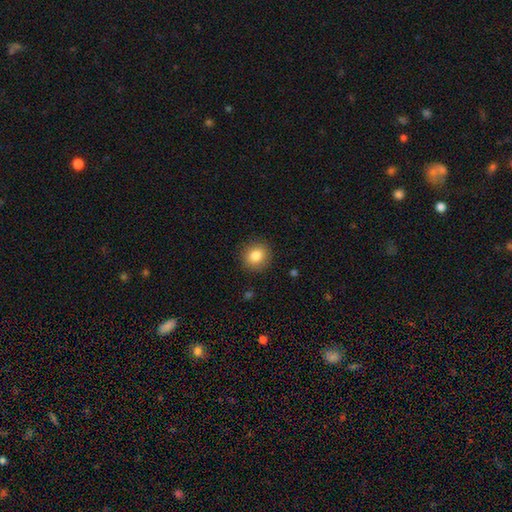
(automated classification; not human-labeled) Q: Smooth or featured?
A: smooth (84%); runner-up: star or artifact (9%)
Q: How rounded?
A: round (83%); runner-up: in between (16%)
Q: Merging?
A: none (89%); runner-up: minor disturbance (8%)